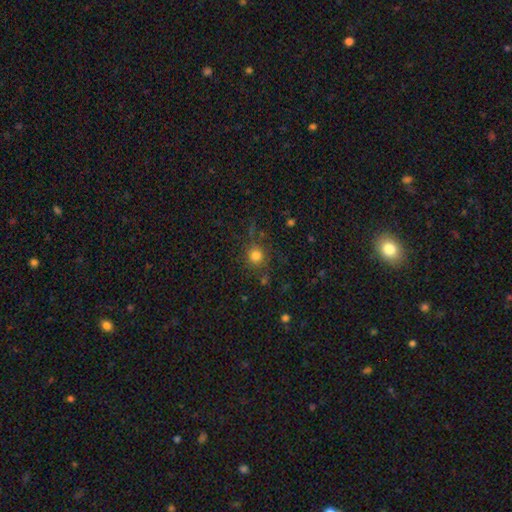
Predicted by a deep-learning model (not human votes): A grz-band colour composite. It shows a smooth galaxy with no disk features (79%) that is round (92%). Merging: none (80%).